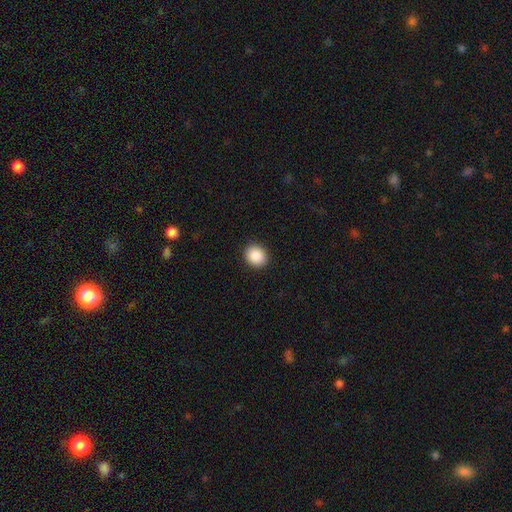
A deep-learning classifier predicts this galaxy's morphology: Q: Smooth or featured?
A: smooth (89%); runner-up: star or artifact (8%)
Q: How rounded?
A: round (70%); runner-up: in between (29%)
Q: Merging?
A: none (91%); runner-up: minor disturbance (6%)